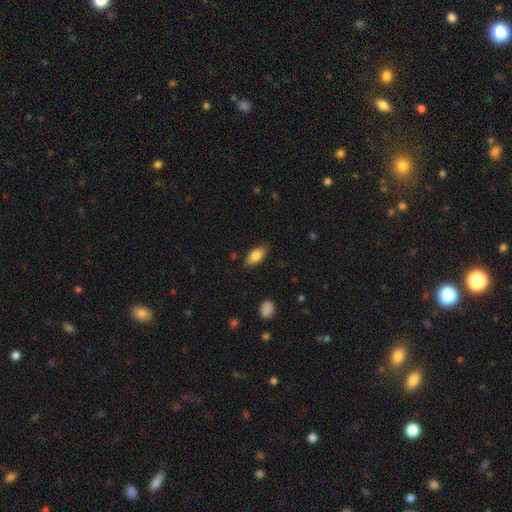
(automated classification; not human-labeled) Morphology: type=smooth (84%); roundness=in between (91%); merging=none (85%).